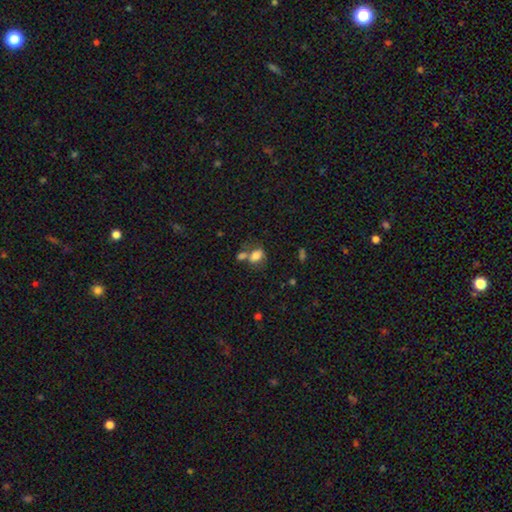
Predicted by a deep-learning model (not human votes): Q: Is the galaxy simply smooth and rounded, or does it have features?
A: smooth — 76%.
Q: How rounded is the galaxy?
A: in between — 76%.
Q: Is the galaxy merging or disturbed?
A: none — 41%.